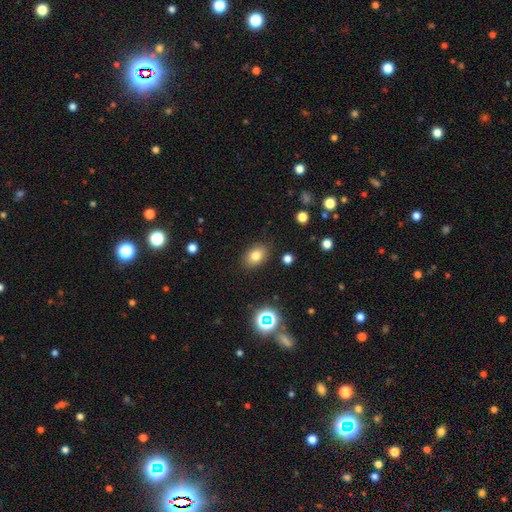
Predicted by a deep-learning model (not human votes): Morphology: type=smooth (79%); roundness=in between (78%); merging=none (86%).